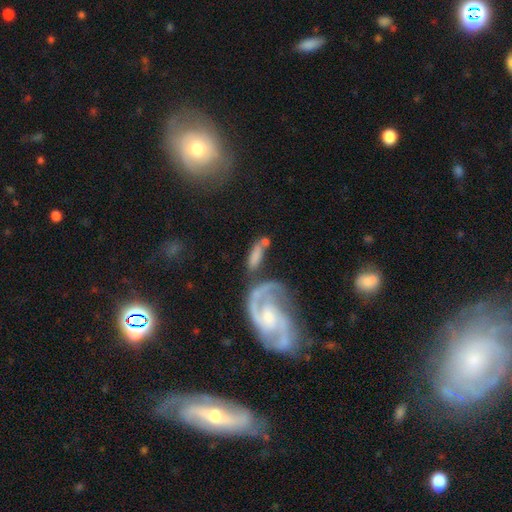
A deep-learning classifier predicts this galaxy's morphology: The model was most divided on "how rounded": in between: 54%, cigar-shaped: 42%, round: 4%. Remaining: smooth or featured — smooth (58%); merging — none (40%).